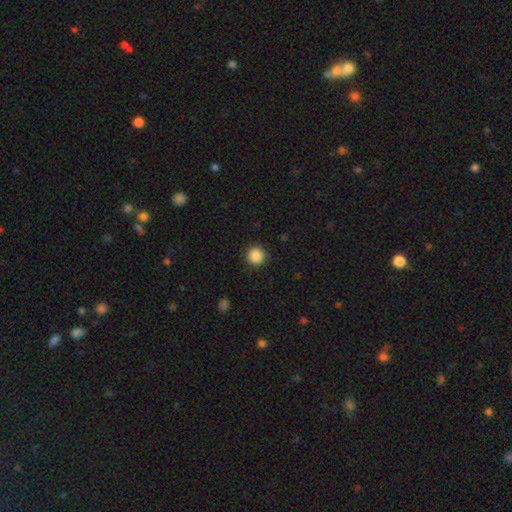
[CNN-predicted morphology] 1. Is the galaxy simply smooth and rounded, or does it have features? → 88% smooth, 10% star or artifact, 3% featured or disk.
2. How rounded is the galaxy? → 95% round, 4% in between, 1% cigar-shaped.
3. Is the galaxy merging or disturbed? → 91% none, 6% minor disturbance, 2% major disturbance, 1% merger.